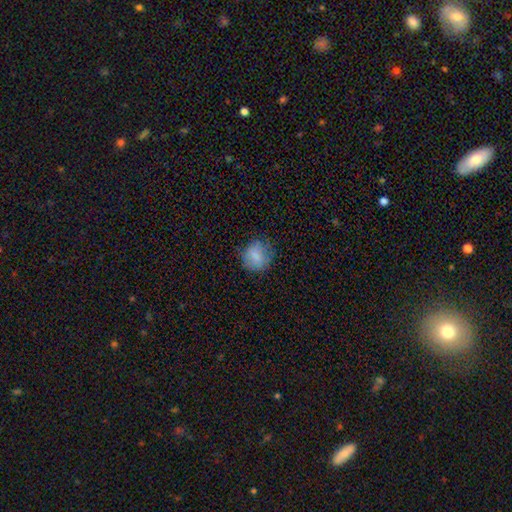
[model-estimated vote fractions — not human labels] Smooth or featured? Predicted: smooth (p=0.80). How rounded? Predicted: round (p=0.80). Merging? Predicted: none (p=0.71).